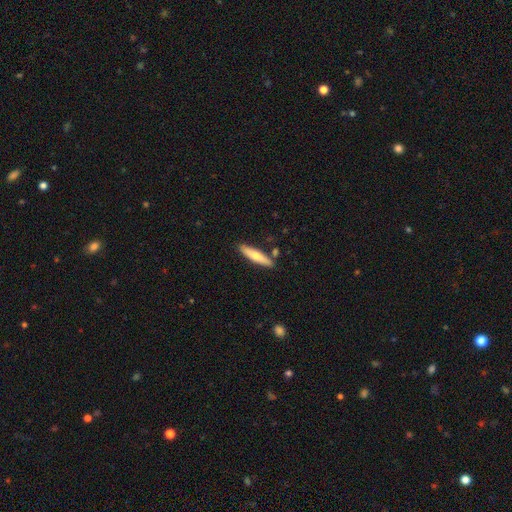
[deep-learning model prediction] Smooth or featured: smooth — 59% (featured or disk — 36%)
How rounded: cigar-shaped — 78% (in between — 20%)
Merging: none — 84% (minor disturbance — 10%)